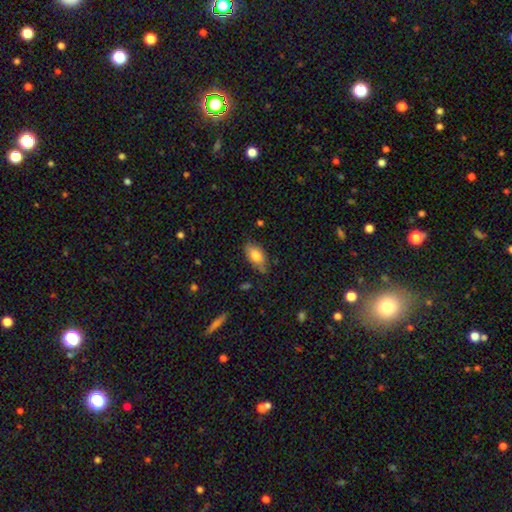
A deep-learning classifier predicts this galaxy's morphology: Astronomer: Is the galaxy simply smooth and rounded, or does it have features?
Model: smooth — 79%.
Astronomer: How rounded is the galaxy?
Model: in between — 92%.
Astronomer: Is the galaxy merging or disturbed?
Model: none — 72%.